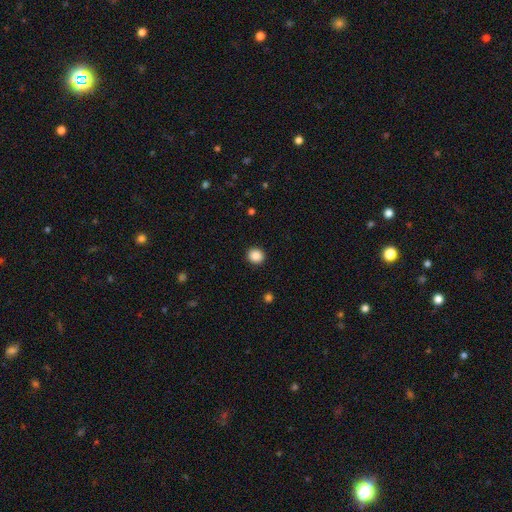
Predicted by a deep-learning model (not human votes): Q: Smooth or featured?
A: smooth (88%); runner-up: star or artifact (9%)
Q: How rounded?
A: round (88%); runner-up: in between (11%)
Q: Merging?
A: none (92%); runner-up: minor disturbance (5%)